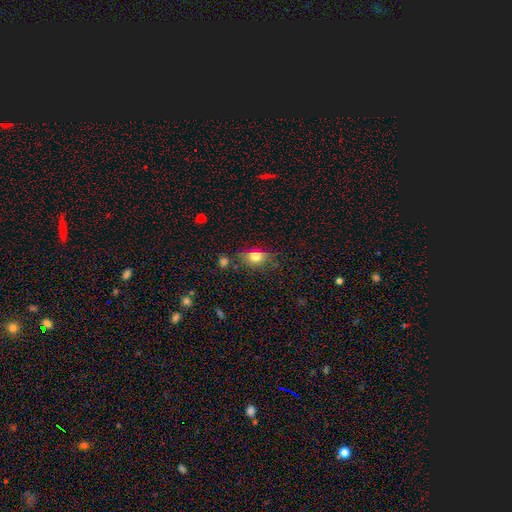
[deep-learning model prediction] The model was most divided on "how rounded": in between: 72%, round: 24%, cigar-shaped: 4%. More confident: smooth or featured — smooth (76%); merging — none (70%).